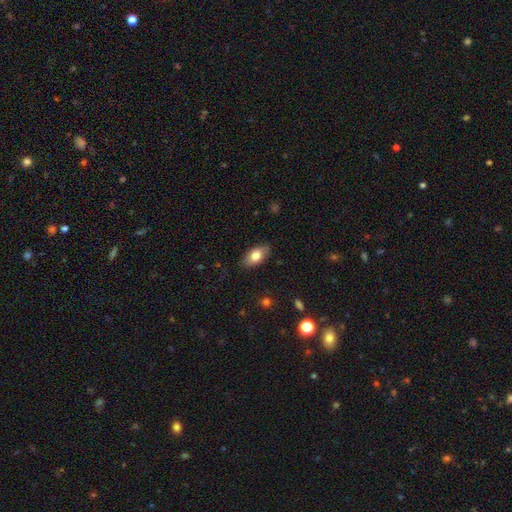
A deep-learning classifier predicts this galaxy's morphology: Q: Smooth or featured?
A: smooth (78%); runner-up: featured or disk (15%)
Q: How rounded?
A: in between (90%); runner-up: cigar-shaped (5%)
Q: Merging?
A: none (84%); runner-up: minor disturbance (13%)